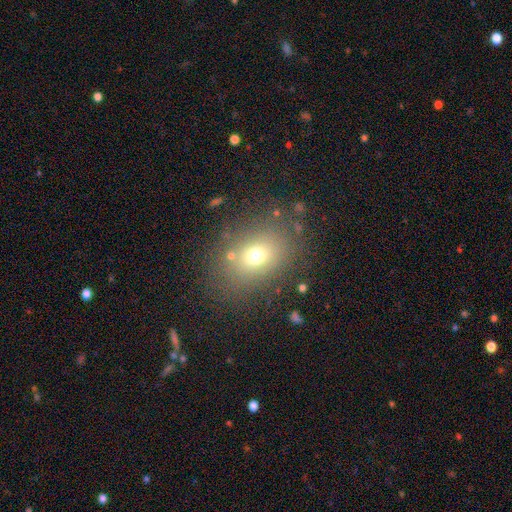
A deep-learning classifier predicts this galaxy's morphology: Smooth or featured? smooth (69%)
How rounded? in between (58%)
Merging? none (80%)